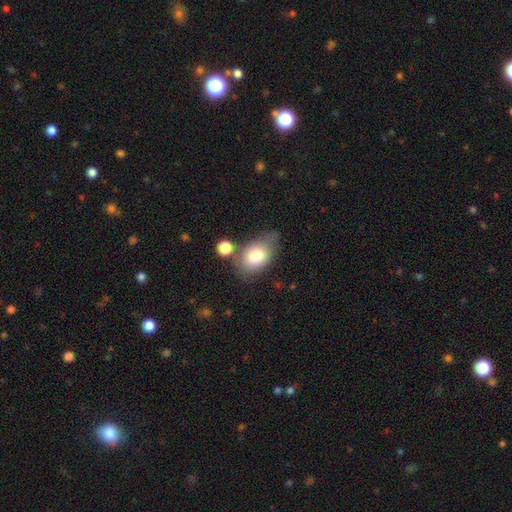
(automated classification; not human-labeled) Smooth or featured? smooth (76%)
How rounded? in between (82%)
Merging? none (57%)